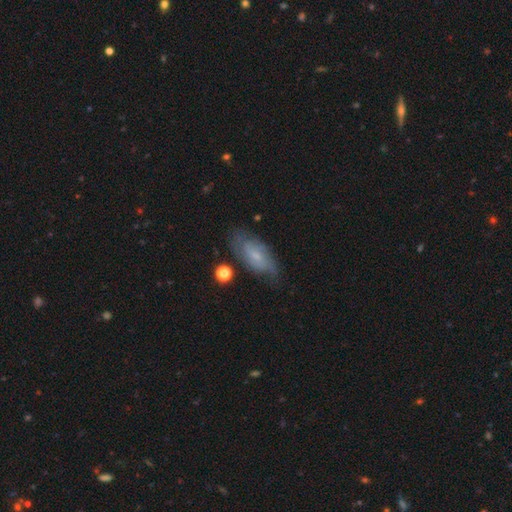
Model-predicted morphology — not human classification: Smooth or featured: featured or disk — 59% (smooth — 33%)
Edge-on disk: no — 91% (yes — 9%)
Bar: no — 54% (weak — 39%)
Spiral arms: yes — 86% (no — 14%)
Bulge size: small — 62% (moderate — 21%)
Merging: none — 69% (minor disturbance — 22%)